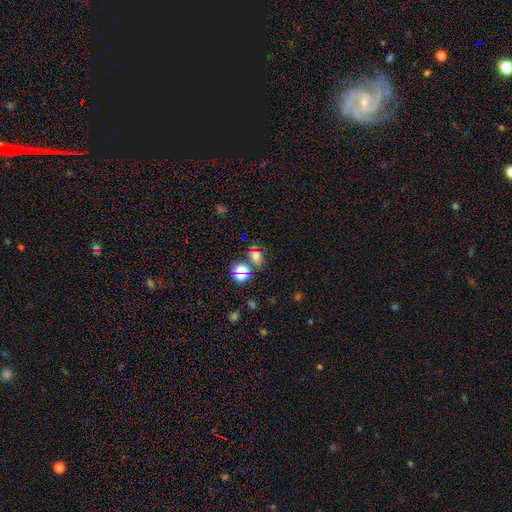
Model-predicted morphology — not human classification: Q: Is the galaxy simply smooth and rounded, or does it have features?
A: smooth — 62%.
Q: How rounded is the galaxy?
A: in between — 51%.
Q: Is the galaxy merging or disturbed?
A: none — 68%.